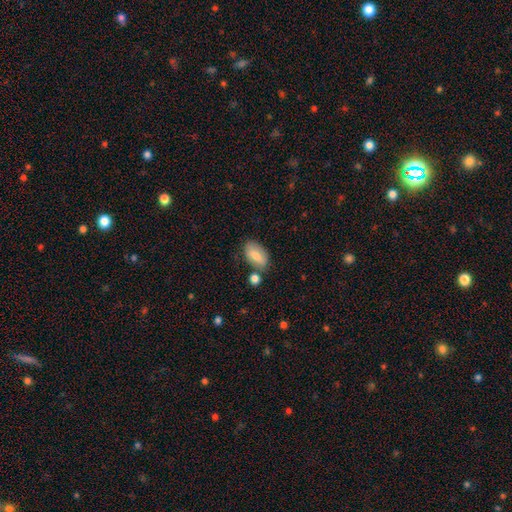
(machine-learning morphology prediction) Smooth or featured? smooth (75%)
How rounded? in between (92%)
Merging? none (69%)